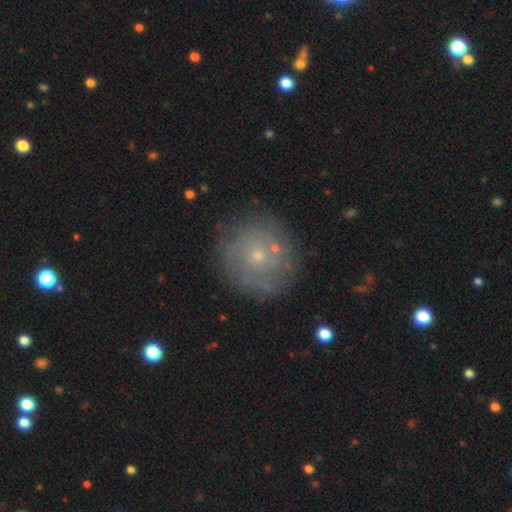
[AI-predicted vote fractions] Smooth or featured: featured or disk — 46% (smooth — 40%)
Merging: none — 79% (minor disturbance — 13%)